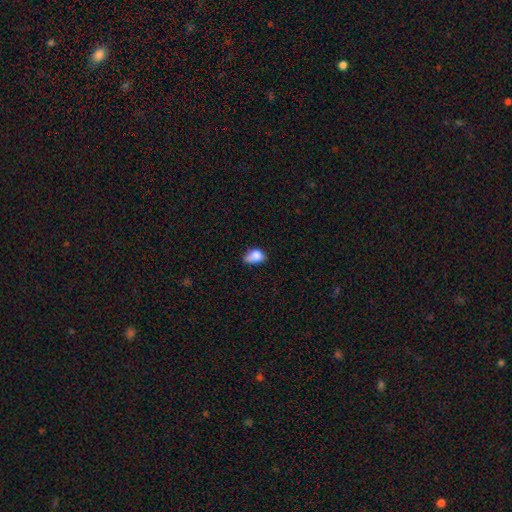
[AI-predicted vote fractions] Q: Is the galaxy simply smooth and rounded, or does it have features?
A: smooth — 82%.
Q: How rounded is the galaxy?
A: in between — 81%.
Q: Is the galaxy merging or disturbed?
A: minor disturbance — 42%.